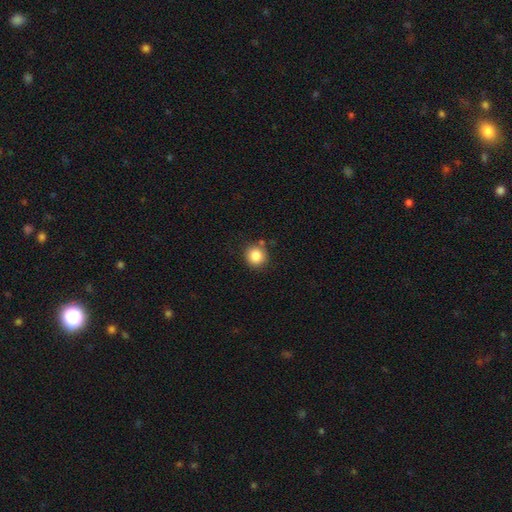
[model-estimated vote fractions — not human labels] This appears to be a smooth galaxy with no disk features (85%) that is round (92%). Merging: none (82%).